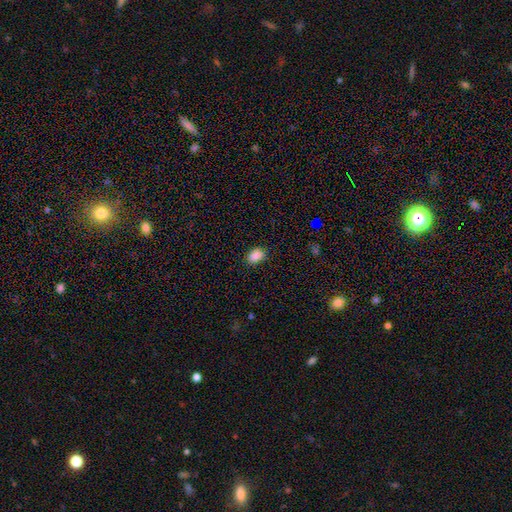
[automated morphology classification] This appears to be a smooth galaxy with no disk features (88%) that is in between round and cigar-shaped (80%). Merging: none (88%).